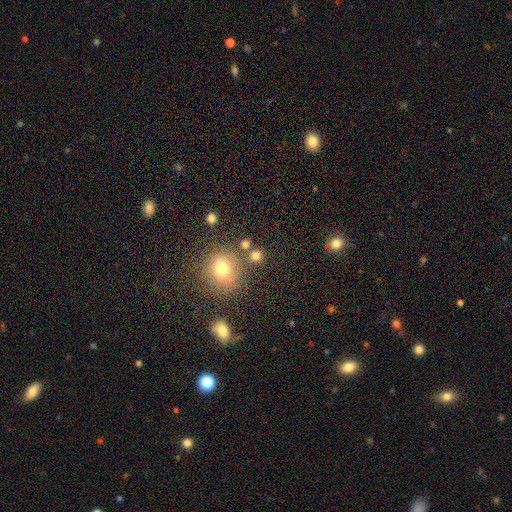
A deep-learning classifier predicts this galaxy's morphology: smooth 75%, star or artifact 17%, featured or disk 8%. Down the decision tree: how rounded — round (88%); merging — none (72%).